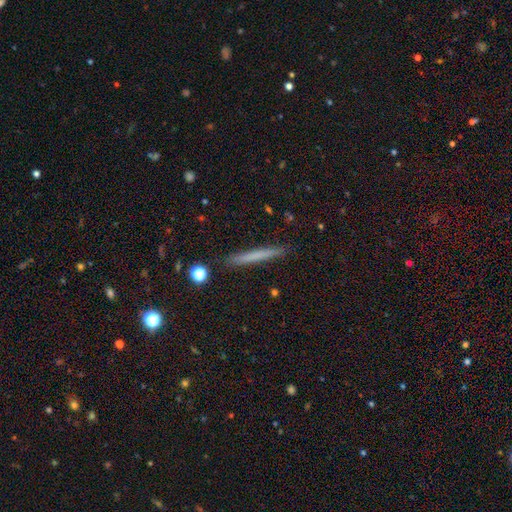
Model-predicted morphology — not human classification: smooth_or_featured: smooth (p=0.65) [alt: featured or disk p=0.27]
how_rounded: cigar-shaped (p=0.96) [alt: in between p=0.02]
merging: none (p=0.91) [alt: minor disturbance p=0.07]